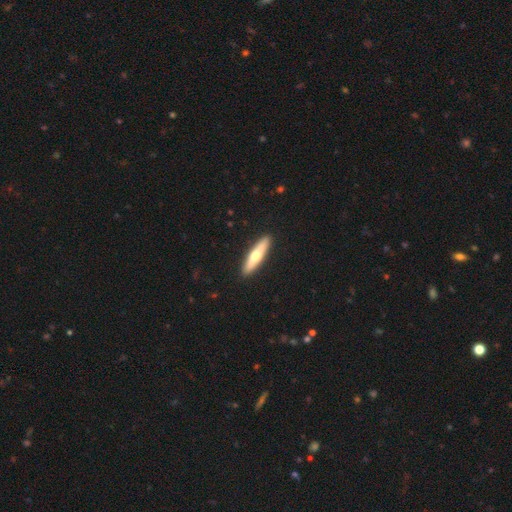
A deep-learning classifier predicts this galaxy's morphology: Smooth or featured: smooth — 54% (featured or disk — 41%)
How rounded: cigar-shaped — 83% (in between — 15%)
Merging: none — 92% (minor disturbance — 6%)